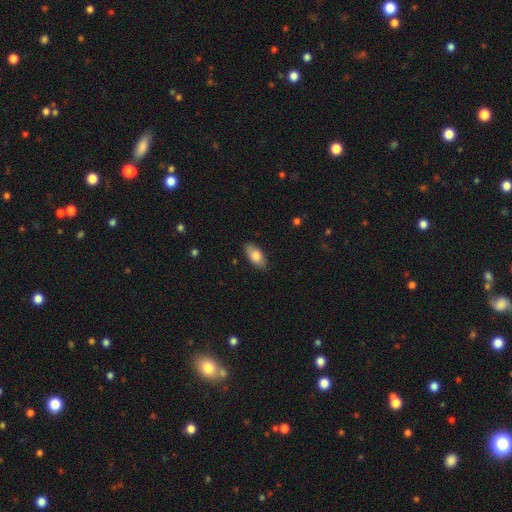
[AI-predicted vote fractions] smooth_or_featured: smooth (p=0.81) [alt: featured or disk p=0.13]
how_rounded: in between (p=0.91) [alt: cigar-shaped p=0.06]
merging: none (p=0.85) [alt: minor disturbance p=0.12]